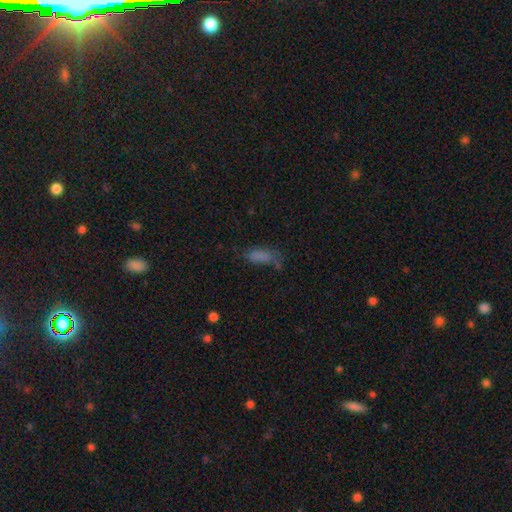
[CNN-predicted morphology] A smooth galaxy with no disk features (72%) that is in between round and cigar-shaped (70%). Merging: none (50%).